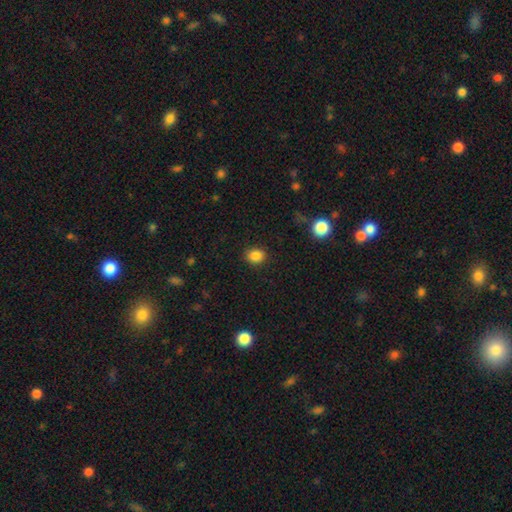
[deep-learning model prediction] Smooth or featured? Predicted: smooth (p=0.86). How rounded? Predicted: round (p=0.55). Merging? Predicted: none (p=0.87).